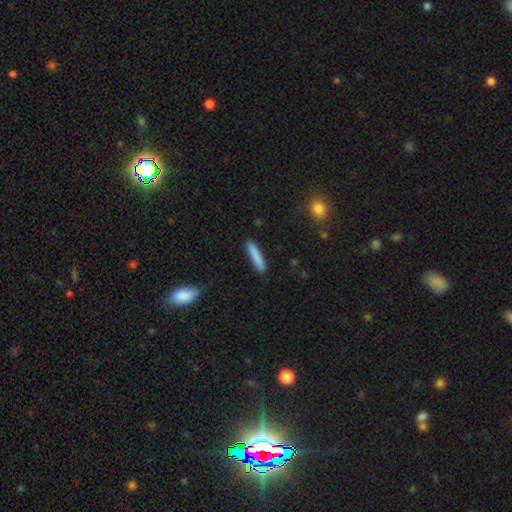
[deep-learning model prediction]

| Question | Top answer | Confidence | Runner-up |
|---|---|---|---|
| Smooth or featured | smooth | 85% | featured or disk (8%) |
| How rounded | cigar-shaped | 87% | in between (12%) |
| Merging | none | 88% | minor disturbance (9%) |